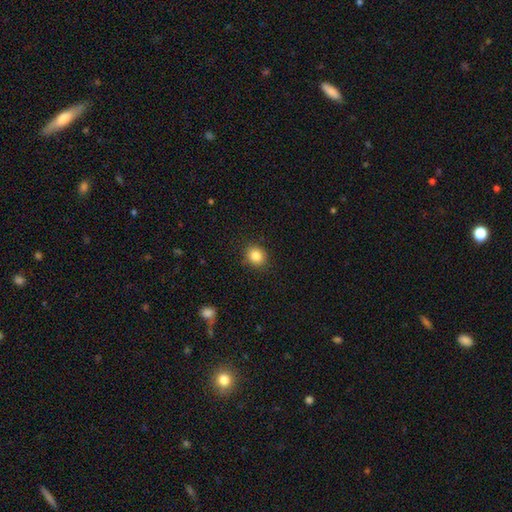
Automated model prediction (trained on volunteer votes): Morphology: type=smooth (85%); roundness=round (68%); merging=none (88%).